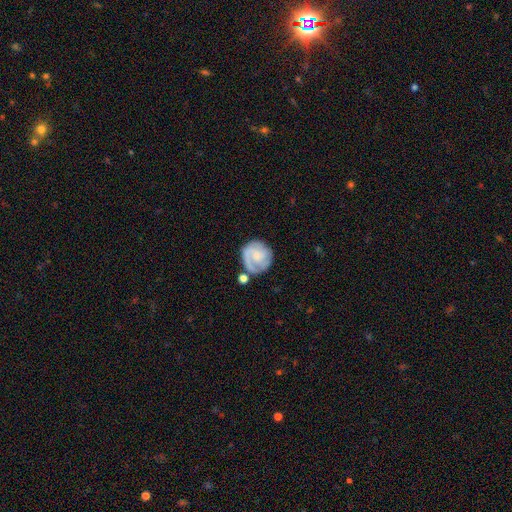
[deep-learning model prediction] Smooth or featured: featured or disk — 62% (smooth — 32%)
Edge-on disk: no — 98% (yes — 2%)
Bar: no — 66% (weak — 29%)
Spiral arms: yes — 86% (no — 14%)
Spiral winding: tight — 53% (medium — 34%)
Spiral arm count: 2 — 31% (can't tell — 25%)
Bulge size: small — 53% (moderate — 27%)
Merging: none — 62% (minor disturbance — 19%)